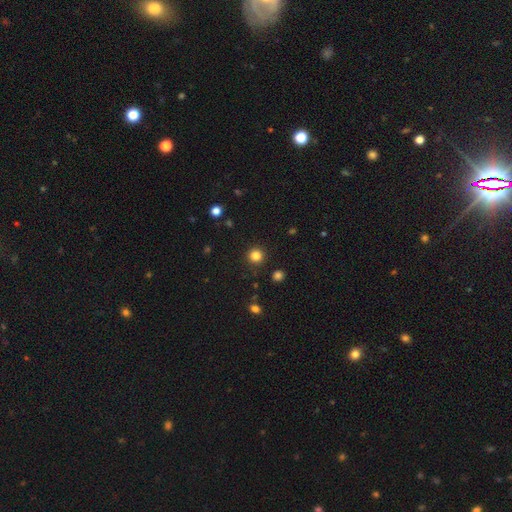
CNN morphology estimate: smooth 84%, star or artifact 13%, featured or disk 4%. Down the decision tree: how rounded — round (94%); merging — none (91%).